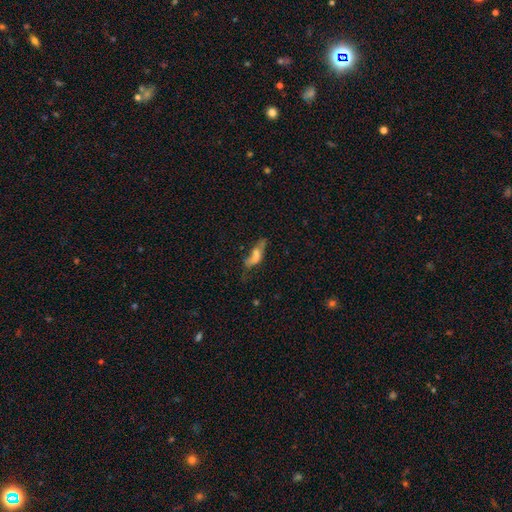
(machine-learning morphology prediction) Q: Smooth or featured?
A: smooth (56%); runner-up: featured or disk (33%)
Q: How rounded?
A: in between (63%); runner-up: cigar-shaped (33%)
Q: Merging?
A: none (31%); runner-up: major disturbance (27%)